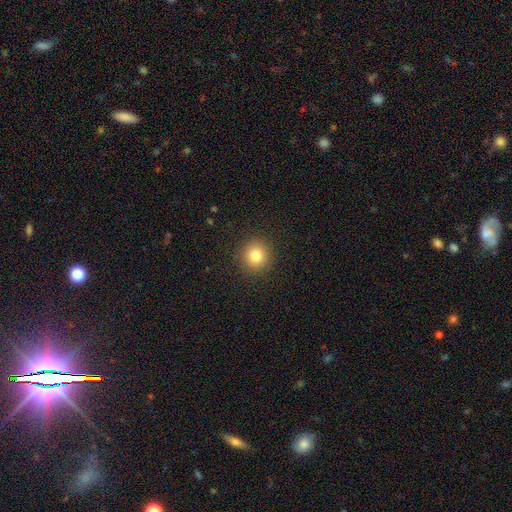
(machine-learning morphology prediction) smooth 80%, star or artifact 12%, featured or disk 7%. Down the decision tree: how rounded — round (93%); merging — none (92%).